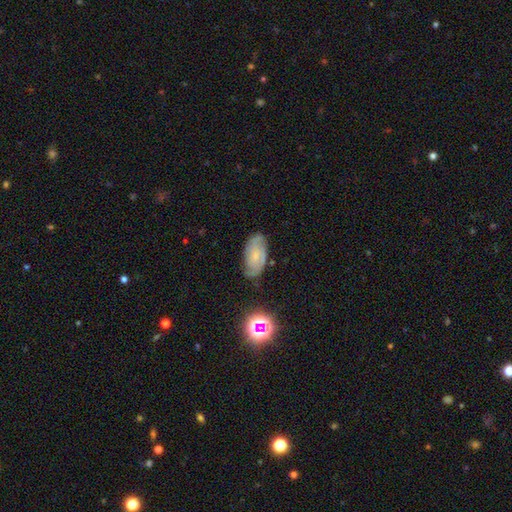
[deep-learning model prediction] A featured or disk galaxy (61%) with no bar (61%), 2 (52%) tight (51%) spiral arms (89%) and a small central bulge (62%). Merging: none (70%).